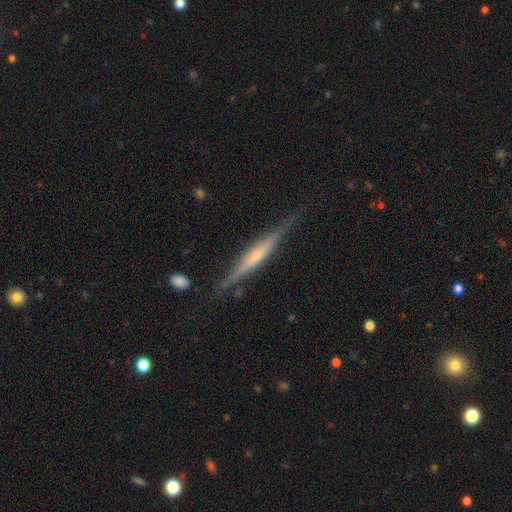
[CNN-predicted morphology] type=featured or disk (75%); edge-on=yes (97%); edge-on bulge=rounded (55%); merging=none (82%).